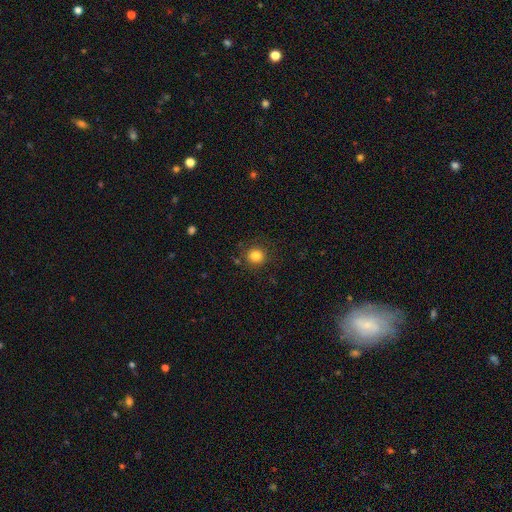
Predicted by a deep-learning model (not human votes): Smooth or featured? Predicted: smooth (p=0.83). How rounded? Predicted: round (p=0.91). Merging? Predicted: none (p=0.86).